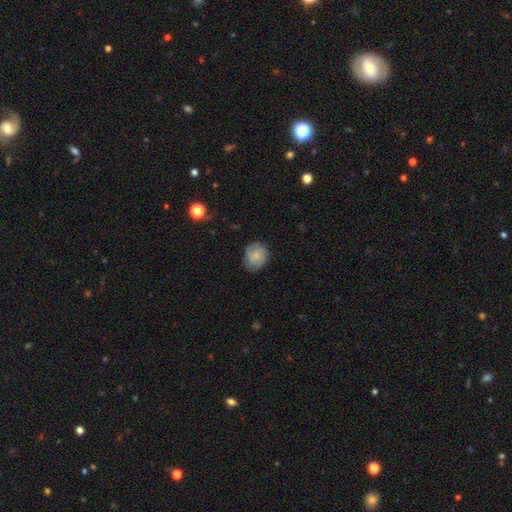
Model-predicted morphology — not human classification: This is possibly a smooth galaxy (57%). How rounded: likely round (67%). Merging: likely none (72%).